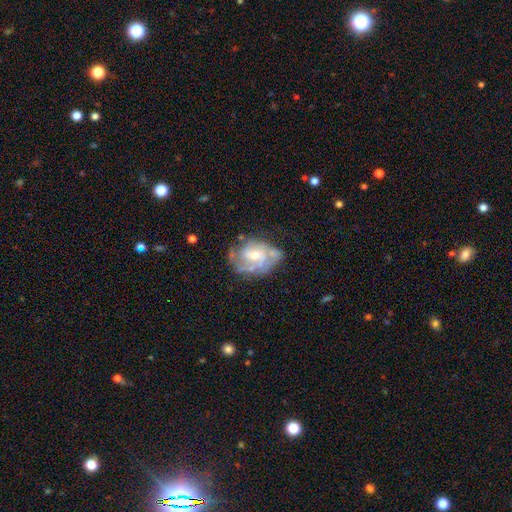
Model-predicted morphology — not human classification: This is likely a featured or disk galaxy (76%). It is clearly not viewed edge-on (97%). Bar: possibly no (58%). Spiral arm pattern: likely yes (79%). Spiral arm count: marginally can't tell (38%). Spiral winding: possibly tight (49%). Central bulge: possibly moderate (51%). Merging: possibly none (50%).